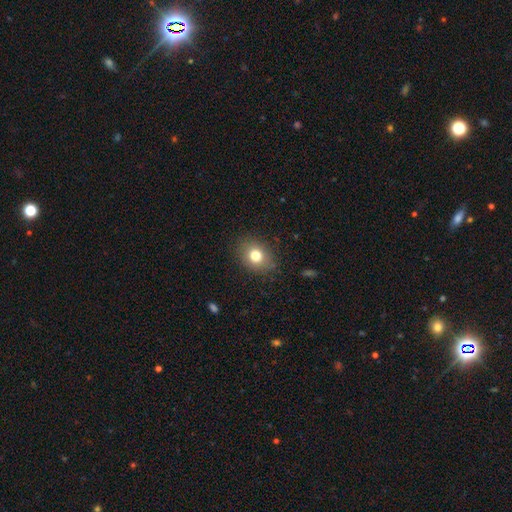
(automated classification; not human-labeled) smooth 78%, star or artifact 11%, featured or disk 10%. Down the decision tree: how rounded — round (53%); merging — none (85%).